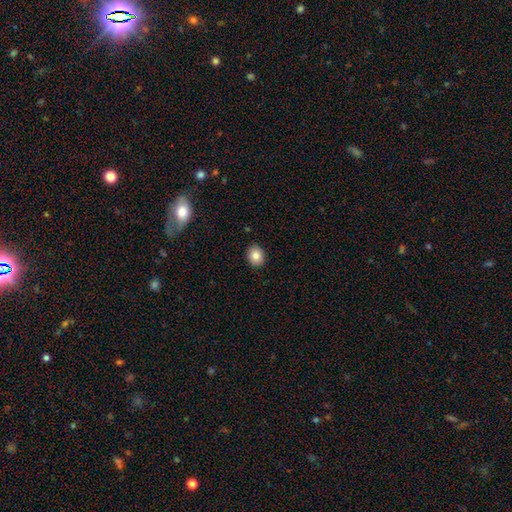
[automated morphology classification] This appears to be a smooth galaxy with no disk features (84%) that is round (53%). Merging: none (89%).